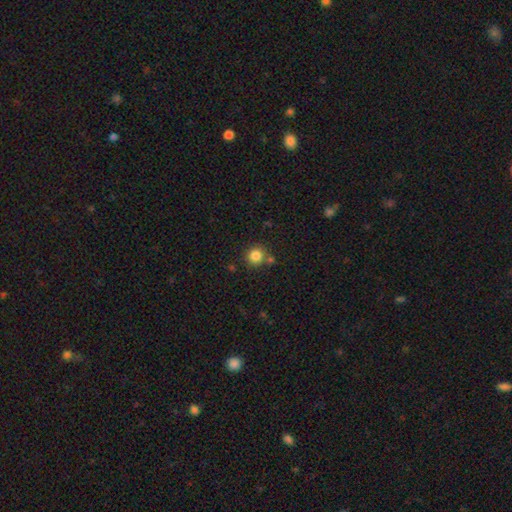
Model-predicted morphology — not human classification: A smooth galaxy with no disk features (84%) that is round (92%).

Vote fractions:
- Smooth or featured? smooth: 84% / star or artifact: 11% / featured or disk: 5%
- How rounded? round: 92% / in between: 7% / cigar-shaped: 1%
- Merging? none: 77% / merger: 12% / minor disturbance: 9% / major disturbance: 3%